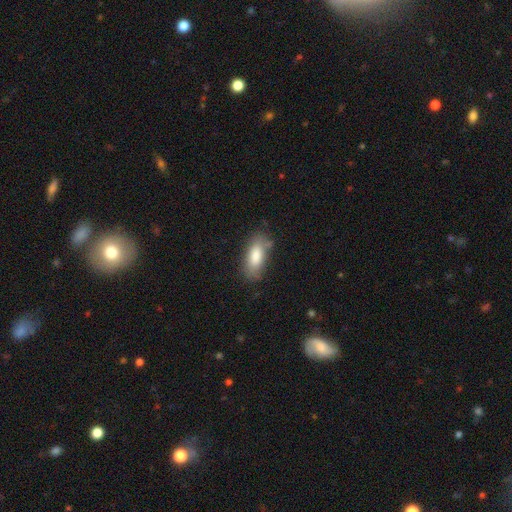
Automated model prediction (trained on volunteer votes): smooth_or_featured: smooth (p=0.82) [alt: featured or disk p=0.11]
how_rounded: in between (p=0.82) [alt: cigar-shaped p=0.15]
merging: none (p=0.75) [alt: minor disturbance p=0.18]